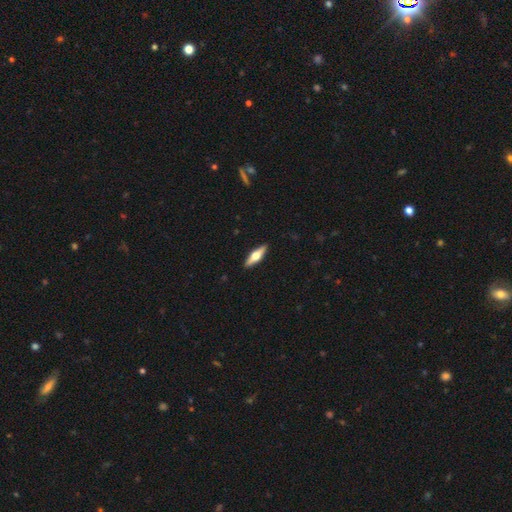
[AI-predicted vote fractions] Smooth or featured? Predicted: featured or disk (p=0.56). Edge-on disk? Predicted: yes (p=0.94). Edge-on bulge? Predicted: rounded (p=0.95). Merging? Predicted: none (p=0.91).